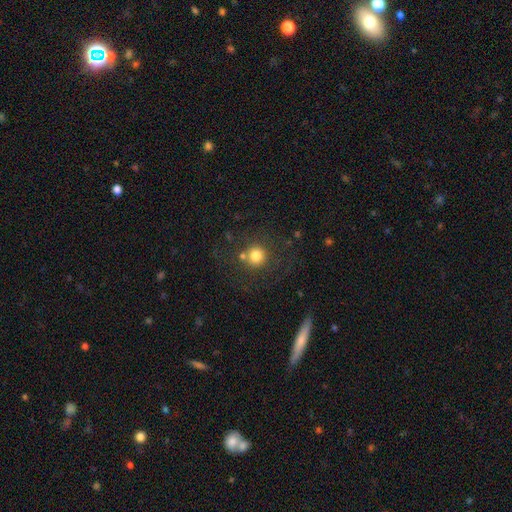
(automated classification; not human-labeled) smooth 79%, star or artifact 13%, featured or disk 9%. Down the decision tree: how rounded — round (93%); merging — none (72%).